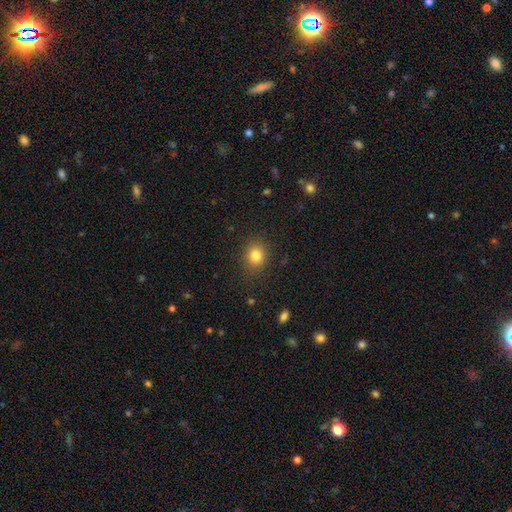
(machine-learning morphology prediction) Overall: smooth (82%). How rounded: round (71%). Merging: none (87%).